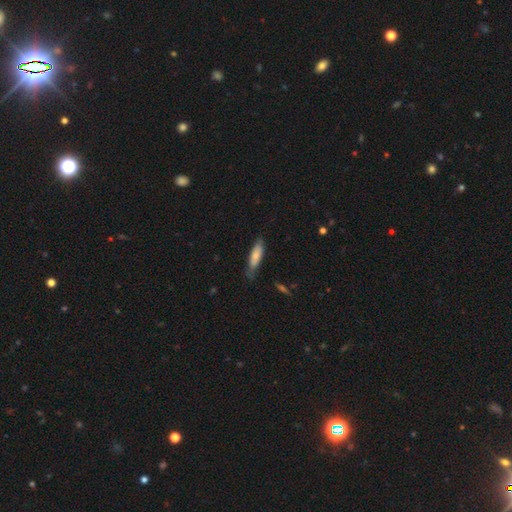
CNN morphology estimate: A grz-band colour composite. It shows a smooth galaxy with no disk features (74%) that is cigar-shaped (60%). Merging: none (64%).